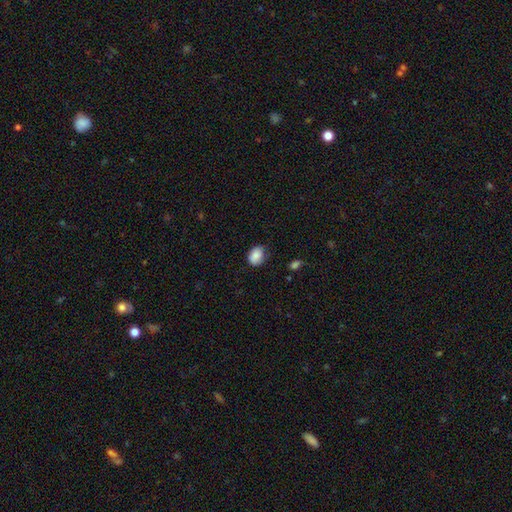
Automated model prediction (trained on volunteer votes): This appears to be a smooth galaxy with no disk features (86%) that is in between round and cigar-shaped (63%). Merging: none (65%).